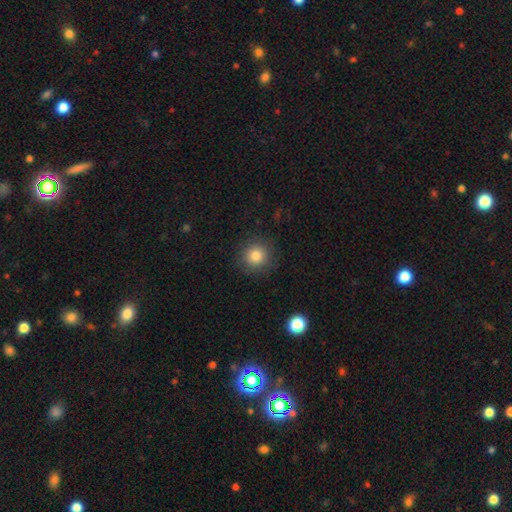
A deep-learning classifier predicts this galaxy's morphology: type=smooth (82%); roundness=round (93%); merging=none (89%).